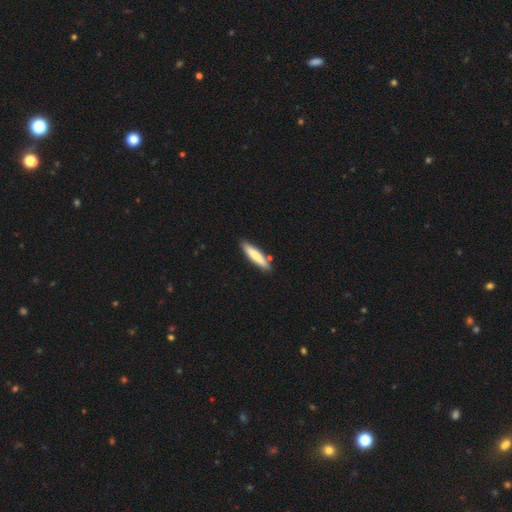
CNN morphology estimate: The model was most divided on "smooth or featured": smooth: 78%, featured or disk: 17%, star or artifact: 5%. More confident: how rounded — cigar-shaped (85%); merging — none (84%).